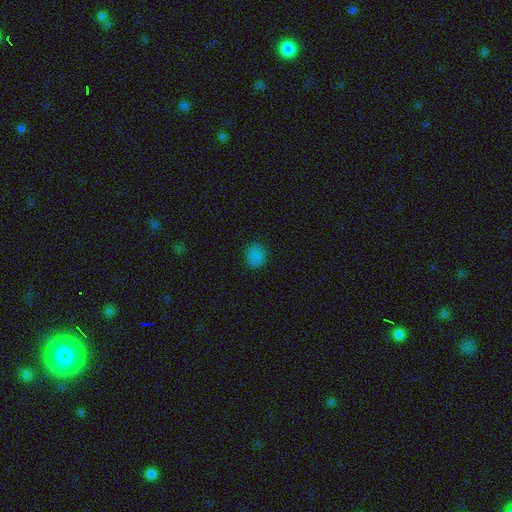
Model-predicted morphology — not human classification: A smooth galaxy with no disk features (83%) that is round (79%).

Vote fractions:
- Smooth or featured? smooth: 83% / star or artifact: 14% / featured or disk: 3%
- How rounded? round: 79% / in between: 20% / cigar-shaped: 1%
- Merging? none: 88% / minor disturbance: 9% / major disturbance: 2% / merger: 1%